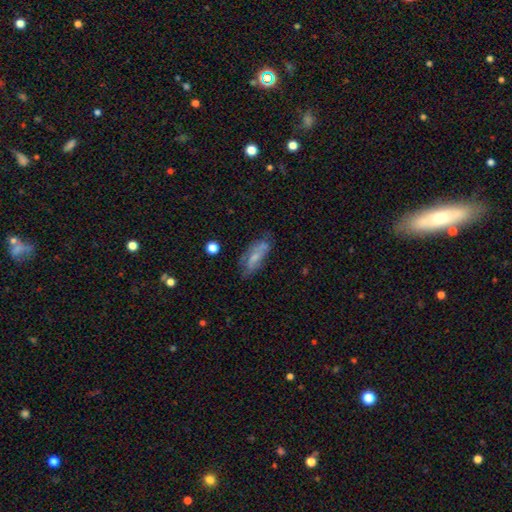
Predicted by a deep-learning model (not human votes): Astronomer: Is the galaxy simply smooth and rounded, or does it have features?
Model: smooth — 50% (runner-up: featured or disk, 41%).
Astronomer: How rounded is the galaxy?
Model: in between — 65%.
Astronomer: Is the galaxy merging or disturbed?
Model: none — 60%.